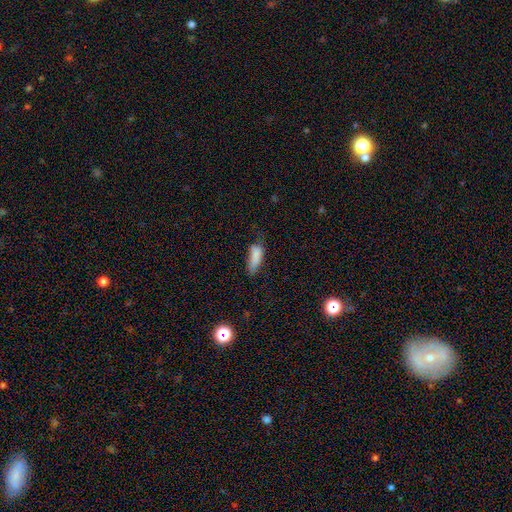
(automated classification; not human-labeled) Smooth or featured?
  - smooth: 83% *
  - featured or disk: 9%
  - star or artifact: 9%
How rounded?
  - in between: 64% *
  - cigar-shaped: 34%
  - round: 2%
Merging?
  - none: 41% *
  - minor disturbance: 38%
  - major disturbance: 18%
  - merger: 3%